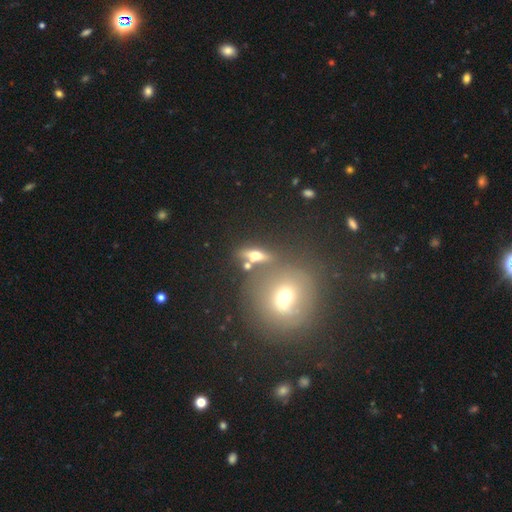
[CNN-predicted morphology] Q: Smooth or featured?
A: smooth (44%); runner-up: featured or disk (40%)
Q: Merging?
A: none (63%); runner-up: merger (19%)